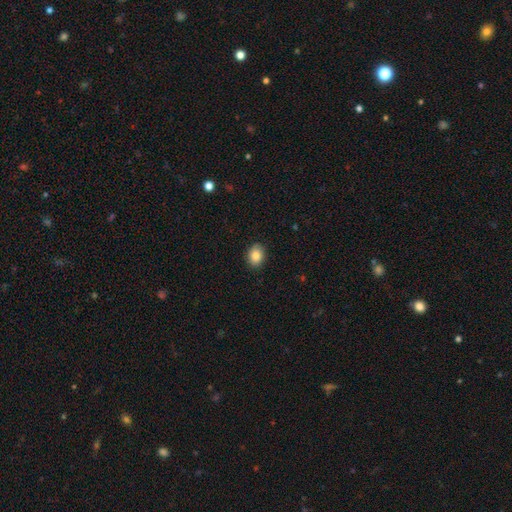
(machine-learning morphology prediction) The model was most divided on "how rounded": in between: 63%, round: 37%, cigar-shaped: 1%. More confident: merging — none (88%); smooth or featured — smooth (85%).